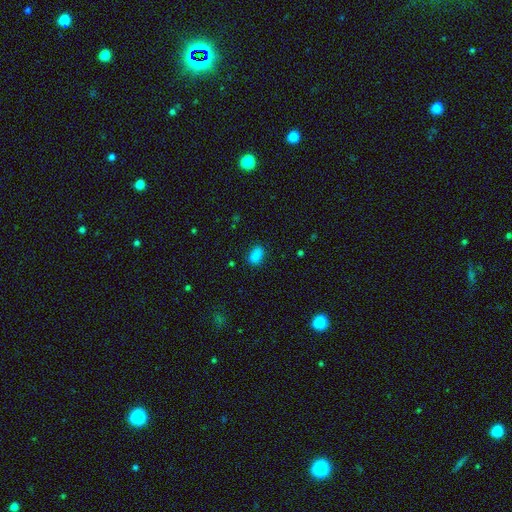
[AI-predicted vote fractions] Q: Smooth or featured?
A: smooth (83%); runner-up: star or artifact (12%)
Q: How rounded?
A: in between (85%); runner-up: round (13%)
Q: Merging?
A: none (73%); runner-up: minor disturbance (20%)